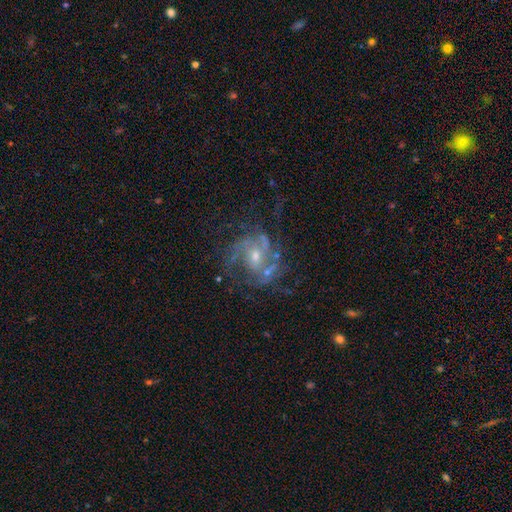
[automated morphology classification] This appears to be a featured or disk galaxy (82%) with no bar (56%), 2 (36%) medium (49%) spiral arms (90%) and a small central bulge (48%). Merging: none (57%).